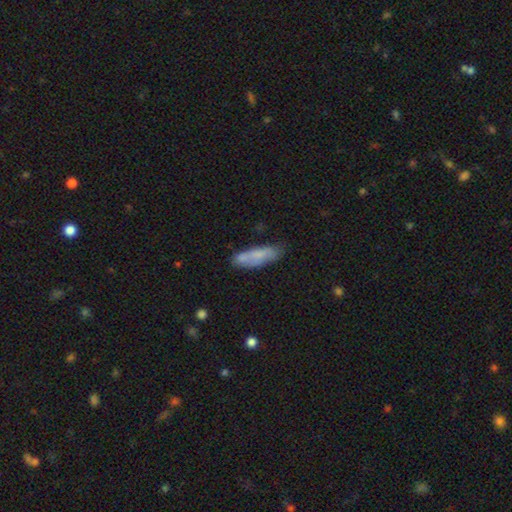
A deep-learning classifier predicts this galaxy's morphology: The model was most divided on "how rounded": cigar-shaped: 56%, in between: 43%, round: 2%. More confident: smooth or featured — smooth (70%); merging — none (67%).